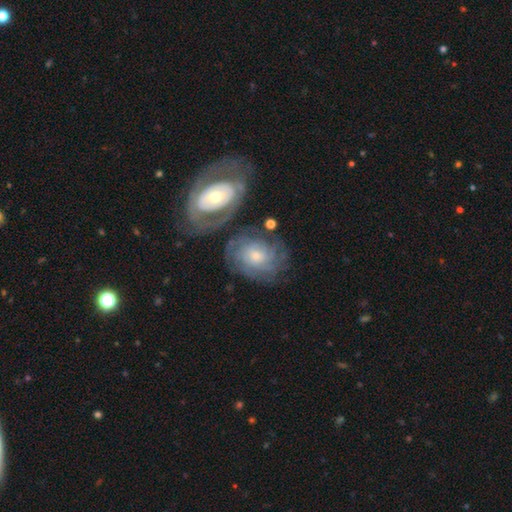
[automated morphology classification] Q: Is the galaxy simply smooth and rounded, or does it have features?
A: featured or disk — 73%.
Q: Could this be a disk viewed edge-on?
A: no — 96%.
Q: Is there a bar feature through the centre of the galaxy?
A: no — 77%.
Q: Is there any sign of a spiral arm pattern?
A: yes — 88%.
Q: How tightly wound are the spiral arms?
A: tight — 67%.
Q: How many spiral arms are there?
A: can't tell — 47%.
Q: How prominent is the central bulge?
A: small — 51%.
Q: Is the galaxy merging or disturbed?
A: none — 62%.